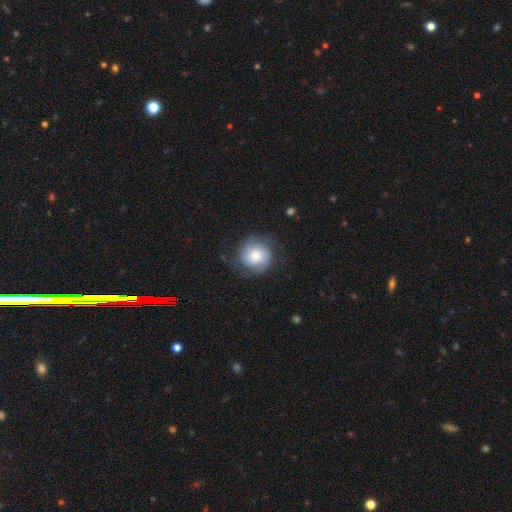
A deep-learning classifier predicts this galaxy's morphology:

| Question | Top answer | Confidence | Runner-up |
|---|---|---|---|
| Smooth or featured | featured or disk | 54% | smooth (38%) |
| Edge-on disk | no | 98% | yes (2%) |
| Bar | no | 74% | weak (22%) |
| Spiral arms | yes | 89% | no (11%) |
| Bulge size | moderate | 38% | large (27%) |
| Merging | none | 67% | minor disturbance (20%) |